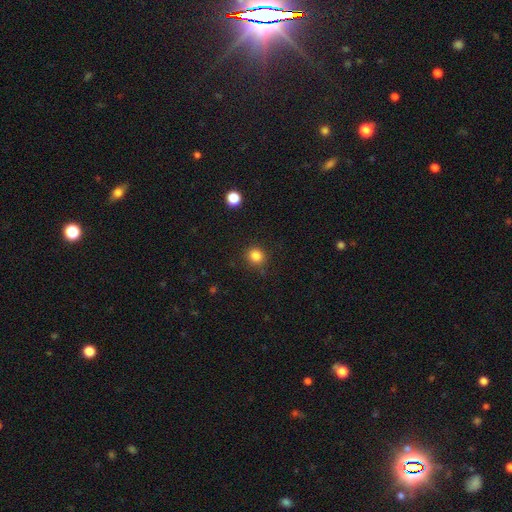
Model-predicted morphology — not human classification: type=smooth (83%); roundness=round (90%); merging=none (87%).